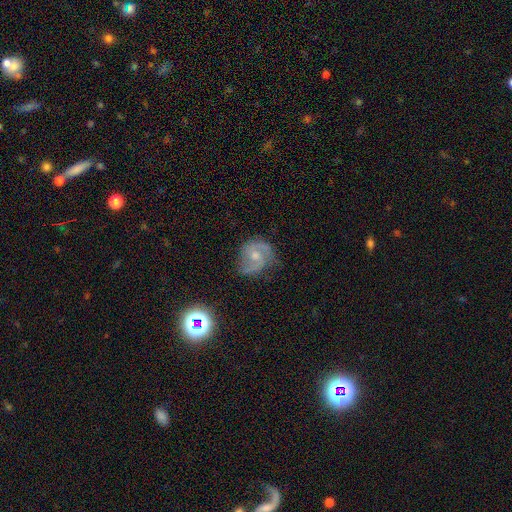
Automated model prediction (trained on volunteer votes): Morphology: type=featured or disk (79%); edge-on=no (98%); bar=no (60%); spiral arms=yes (94%); winding=medium (53%); arm count=2 (80%); bulge=moderate (56%); merging=none (66%).